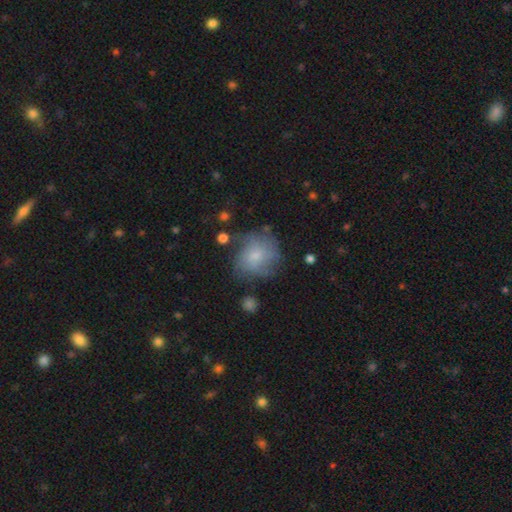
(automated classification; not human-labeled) smooth 55%, featured or disk 35%, star or artifact 10%. Down the decision tree: how rounded — round (75%); merging — none (60%).